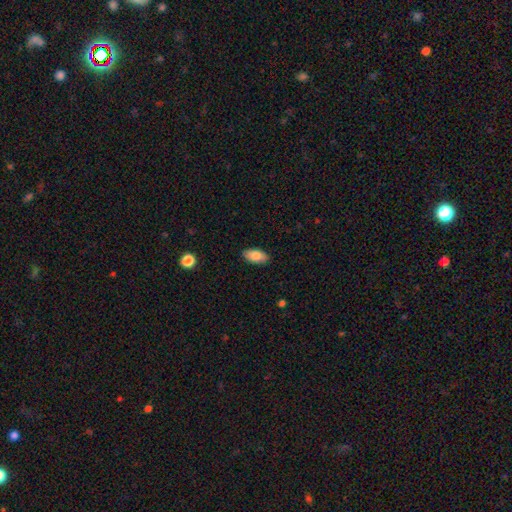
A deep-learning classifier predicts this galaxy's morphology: smooth 84%, featured or disk 9%, star or artifact 7%. Down the decision tree: how rounded — in between (93%); merging — none (88%).